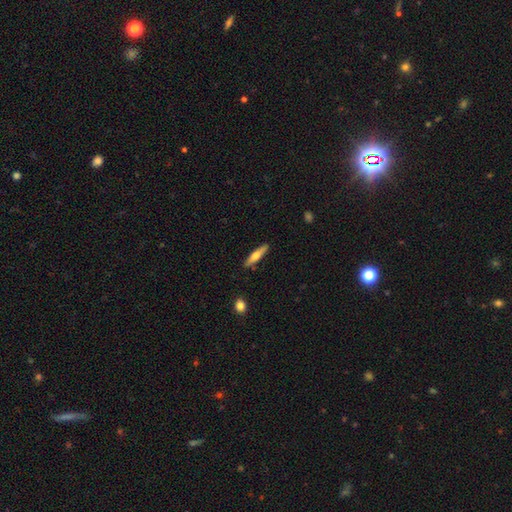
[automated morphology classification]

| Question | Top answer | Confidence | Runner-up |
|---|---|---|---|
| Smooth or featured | smooth | 48% | featured or disk (46%) |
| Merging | none | 88% | minor disturbance (8%) |